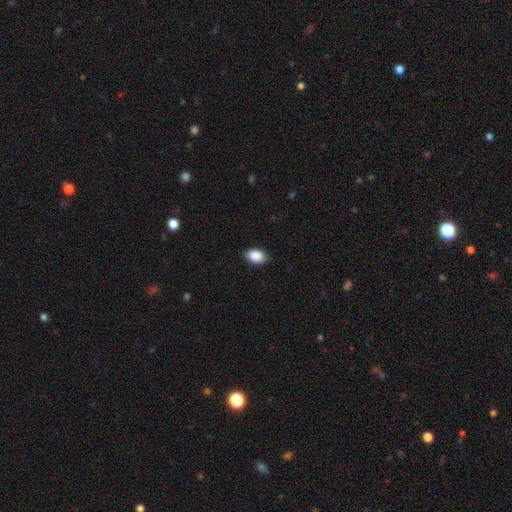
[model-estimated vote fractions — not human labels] Overall: smooth (89%). How rounded: in between (86%). Merging: none (84%).